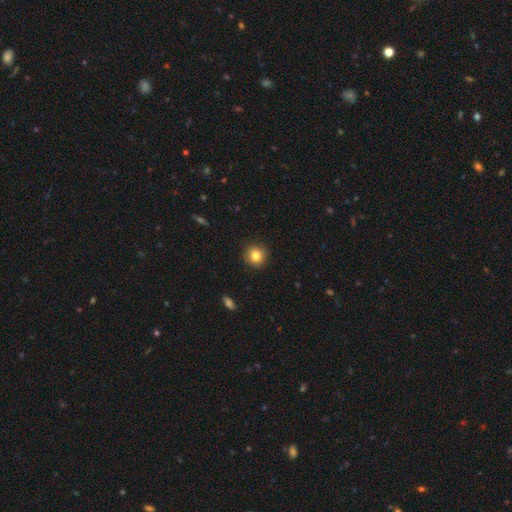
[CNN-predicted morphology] This is clearly a smooth galaxy (83%). How rounded: clearly round (93%). Merging: clearly none (91%).